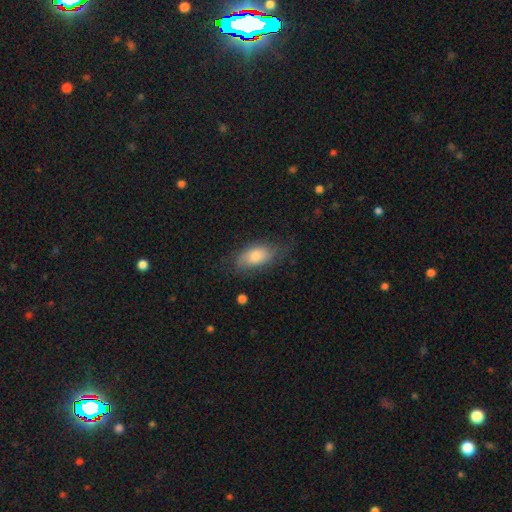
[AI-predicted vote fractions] The model was most divided on "merging": none: 61%, minor disturbance: 27%, major disturbance: 11%, merger: 2%. More confident: how rounded — in between (89%); smooth or featured — smooth (69%).